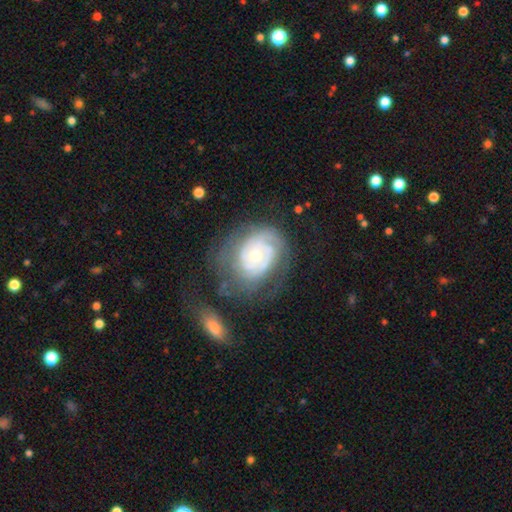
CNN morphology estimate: featured or disk 83%, smooth 11%, star or artifact 5%. Down the decision tree: edge-on disk — no (97%); bar — no (76%); spiral arms — yes (92%); spiral arm count — can't tell (37%); spiral winding — tight (73%); bulge size — moderate (53%); merging — none (56%).